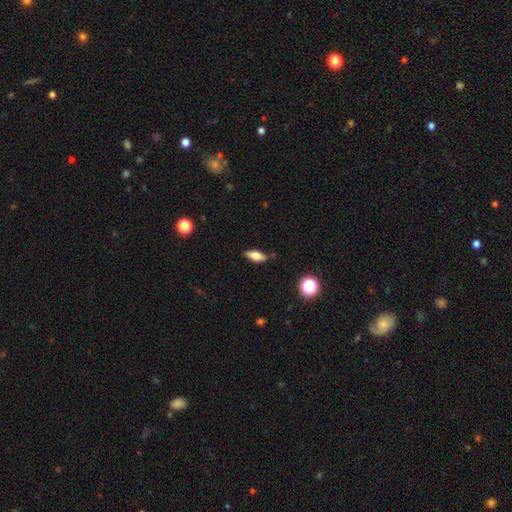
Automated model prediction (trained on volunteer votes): Morphology: type=smooth (64%); roundness=in between (75%); merging=none (84%).